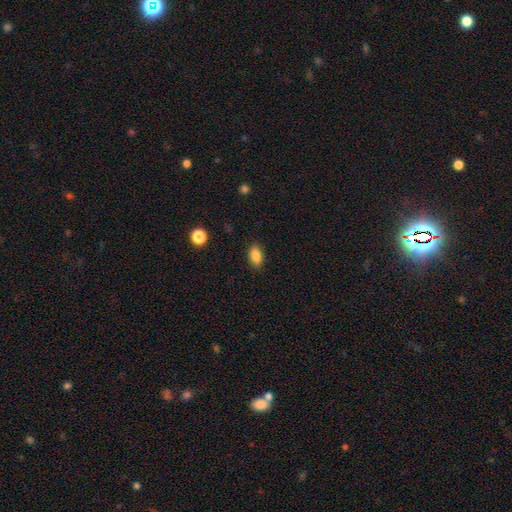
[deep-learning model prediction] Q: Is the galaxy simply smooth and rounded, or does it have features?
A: smooth — 85%.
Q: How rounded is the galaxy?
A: in between — 88%.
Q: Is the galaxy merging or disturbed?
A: none — 88%.